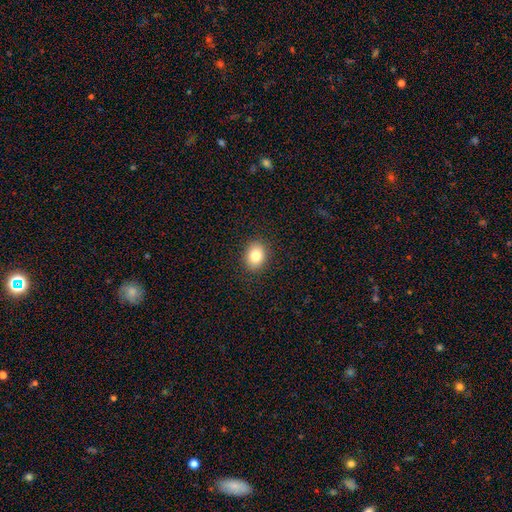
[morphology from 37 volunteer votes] Overall: smooth (92%). How rounded: in between (59%; round 41%). Merging: none (92%).